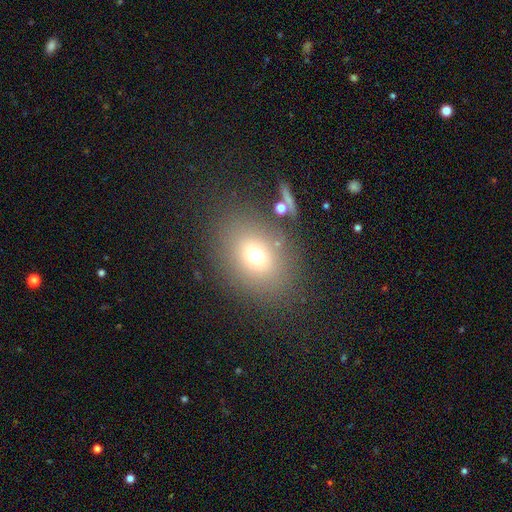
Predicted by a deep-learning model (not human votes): smooth 68%, star or artifact 19%, featured or disk 12%. Down the decision tree: how rounded — in between (50%); merging — none (79%).